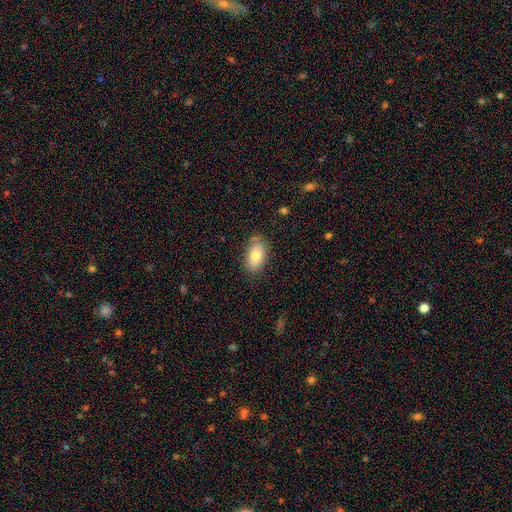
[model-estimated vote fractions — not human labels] smooth_or_featured: smooth (p=0.77) [alt: featured or disk p=0.15]
how_rounded: in between (p=0.92) [alt: round p=0.05]
merging: none (p=0.76) [alt: minor disturbance p=0.18]